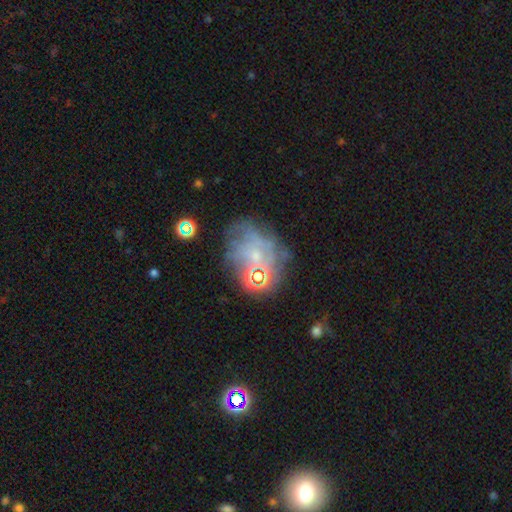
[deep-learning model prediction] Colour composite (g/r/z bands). It shows a featured or disk galaxy (55%) with no bar (81%), spiral arms (58%) and a small central bulge (66%). Merging: none (50%).